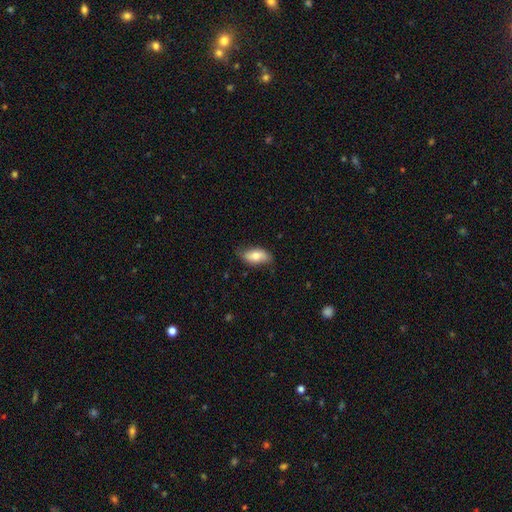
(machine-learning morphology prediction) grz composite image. It shows a smooth galaxy with no disk features (70%) that is in between round and cigar-shaped (91%). Merging: none (71%).